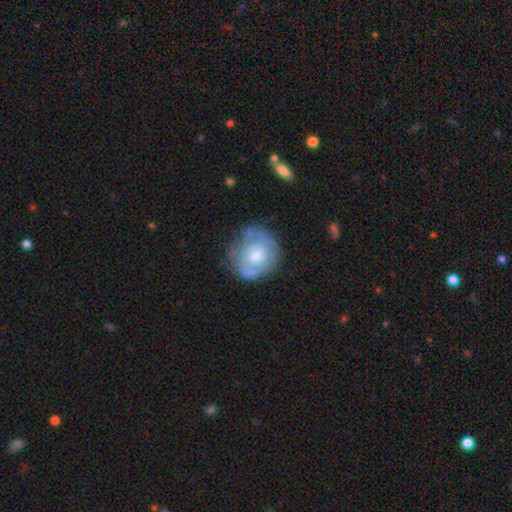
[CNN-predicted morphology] Overall: featured or disk (52%; smooth 42%). Edge-on disk: no (97%). Merging: none (57%; minor disturbance 27%).